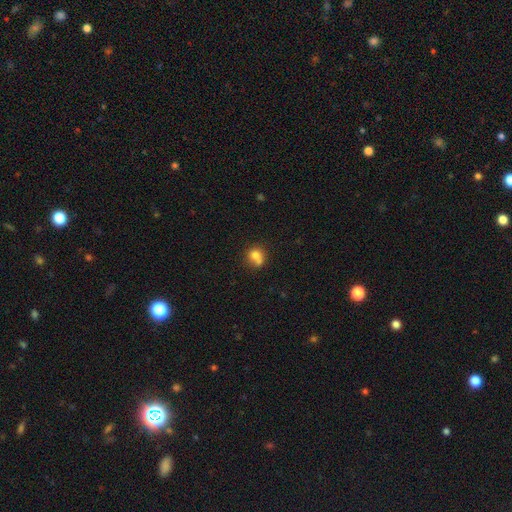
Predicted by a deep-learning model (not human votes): Q: Smooth or featured?
A: smooth (75%); runner-up: featured or disk (15%)
Q: How rounded?
A: round (79%); runner-up: in between (20%)
Q: Merging?
A: merger (43%); runner-up: none (40%)